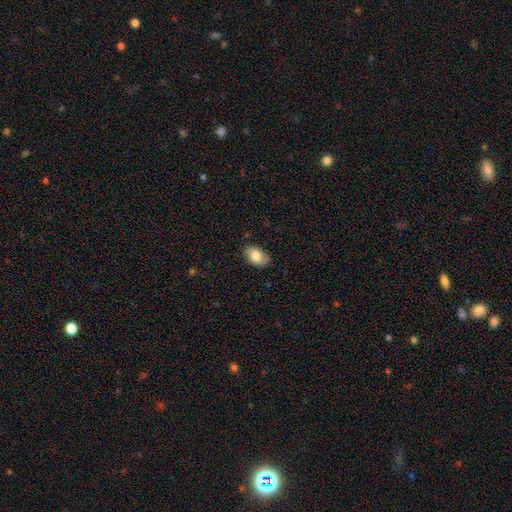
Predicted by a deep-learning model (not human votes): smooth 80%, featured or disk 13%, star or artifact 7%. Down the decision tree: how rounded — in between (88%); merging — none (78%).